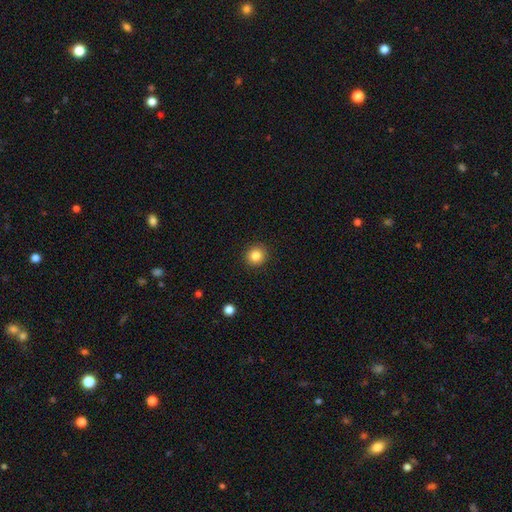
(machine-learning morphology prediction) A smooth galaxy with no disk features (85%) that is round (90%). Merging: none (91%).